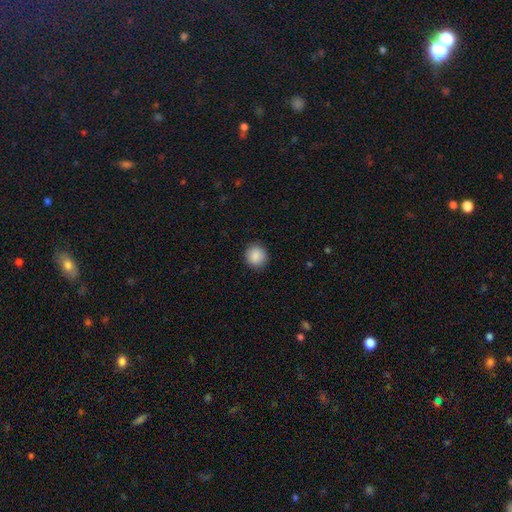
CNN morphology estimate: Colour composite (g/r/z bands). It shows a smooth galaxy with no disk features (89%) that is round (88%). Merging: none (90%).